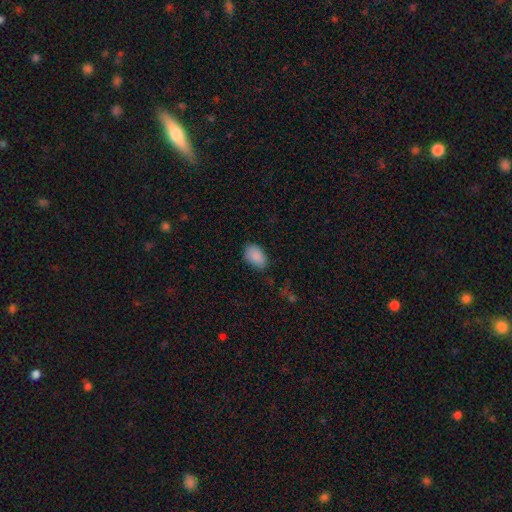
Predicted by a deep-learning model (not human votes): Smooth or featured? smooth (89%)
How rounded? in between (89%)
Merging? none (79%)